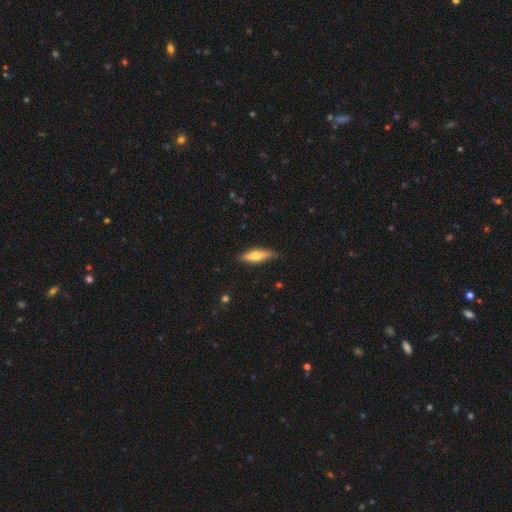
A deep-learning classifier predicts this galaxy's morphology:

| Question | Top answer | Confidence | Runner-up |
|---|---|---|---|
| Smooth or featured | smooth | 49% | featured or disk (46%) |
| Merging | none | 81% | minor disturbance (15%) |